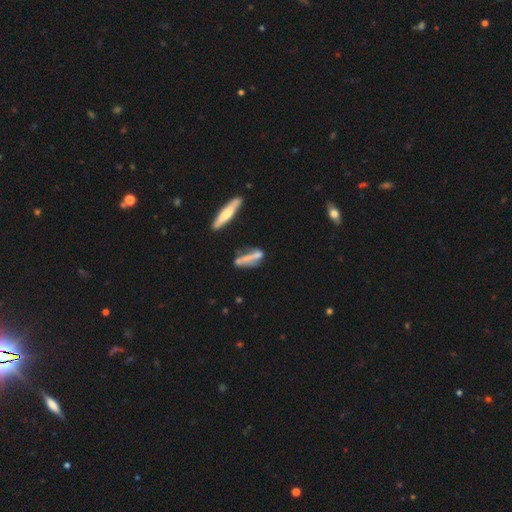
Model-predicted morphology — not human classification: smooth-or-featured: smooth: 49% | featured or disk: 39% | star or artifact: 11%
  merging: none: 49% | minor disturbance: 21% | merger: 18% | major disturbance: 12%